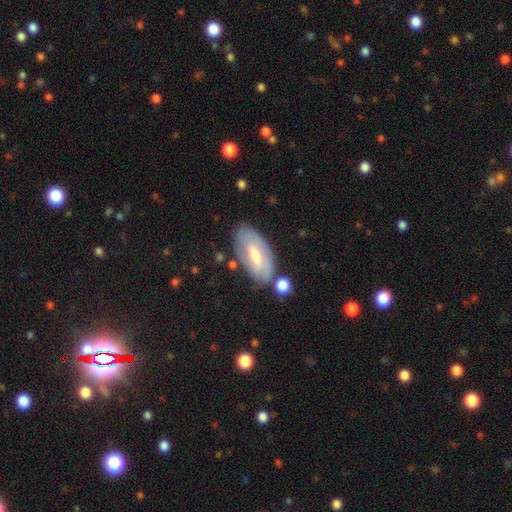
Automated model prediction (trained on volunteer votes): Smooth or featured: featured or disk — 58% (smooth — 35%)
Edge-on disk: no — 87% (yes — 13%)
Bar: weak — 50% (no — 29%)
Spiral arms: yes — 62% (no — 38%)
Bulge size: moderate — 64% (small — 28%)
Merging: none — 70% (minor disturbance — 19%)